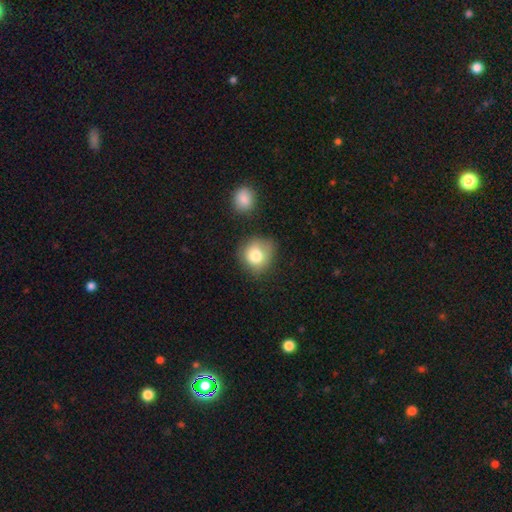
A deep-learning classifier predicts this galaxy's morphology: A smooth galaxy with no disk features (80%) that is round (82%).

Vote fractions:
- Smooth or featured? smooth: 80% / featured or disk: 11% / star or artifact: 9%
- How rounded? round: 82% / in between: 17% / cigar-shaped: 1%
- Merging? none: 65% / minor disturbance: 22% / major disturbance: 7% / merger: 6%